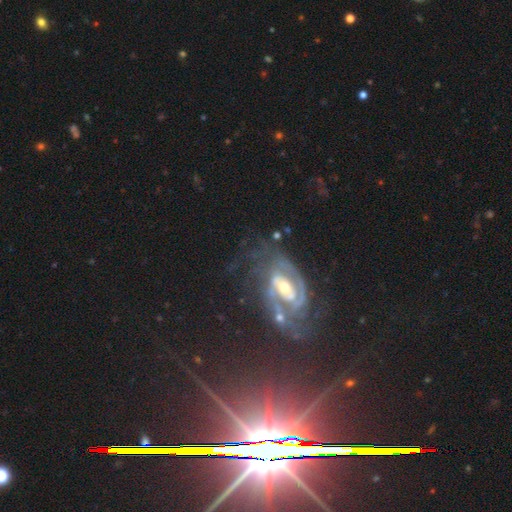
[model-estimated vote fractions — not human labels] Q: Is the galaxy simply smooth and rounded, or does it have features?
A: featured or disk — 79%.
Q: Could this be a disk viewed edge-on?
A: no — 94%.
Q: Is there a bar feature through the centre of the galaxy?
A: strong — 39%.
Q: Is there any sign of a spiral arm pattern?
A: yes — 91%.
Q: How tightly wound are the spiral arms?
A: medium — 43%.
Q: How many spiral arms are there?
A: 2 — 66%.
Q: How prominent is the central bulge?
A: moderate — 52%.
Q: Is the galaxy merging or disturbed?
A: none — 62%.